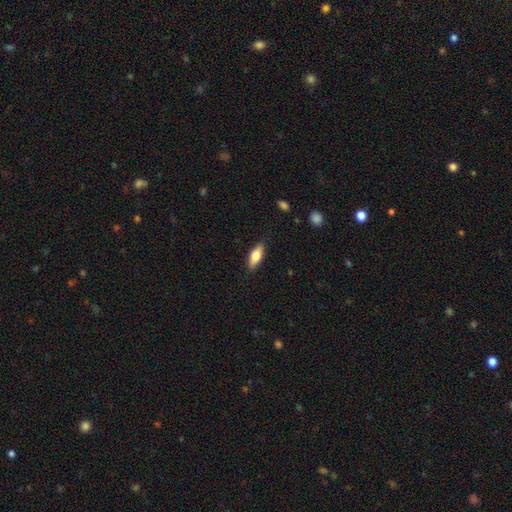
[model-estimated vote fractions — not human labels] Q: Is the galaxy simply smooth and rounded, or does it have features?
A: smooth — 69%.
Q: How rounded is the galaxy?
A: in between — 71%.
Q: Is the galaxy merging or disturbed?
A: none — 86%.